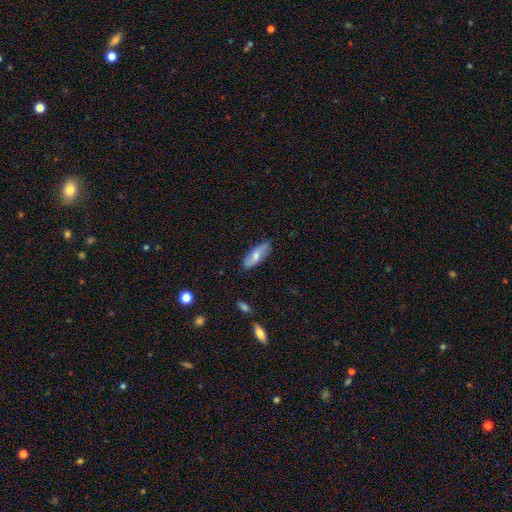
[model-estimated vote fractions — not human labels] This is likely a smooth galaxy (64%). How rounded: likely in between (63%). Merging: clearly none (83%).